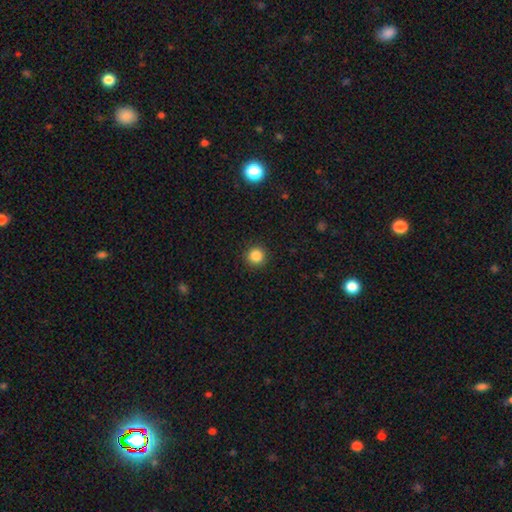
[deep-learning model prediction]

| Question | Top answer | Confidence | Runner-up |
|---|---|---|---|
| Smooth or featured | smooth | 85% | star or artifact (11%) |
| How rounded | round | 95% | in between (4%) |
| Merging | none | 92% | minor disturbance (5%) |